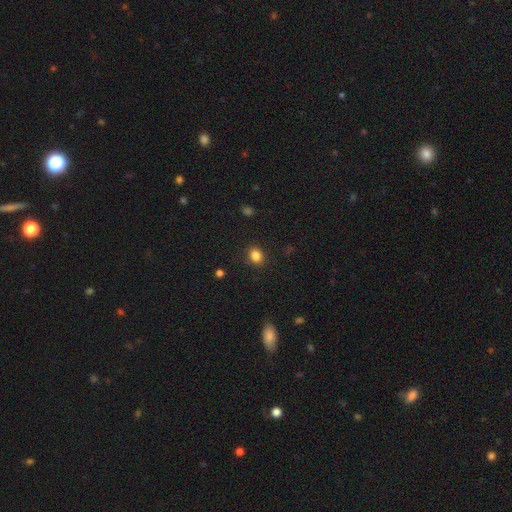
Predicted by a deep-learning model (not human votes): A smooth galaxy with no disk features (85%) that is in between round and cigar-shaped (50%).

Vote fractions:
- Smooth or featured? smooth: 85% / star or artifact: 11% / featured or disk: 4%
- How rounded? in between: 50% / round: 49% / cigar-shaped: 1%
- Merging? none: 87% / minor disturbance: 9% / major disturbance: 3% / merger: 1%